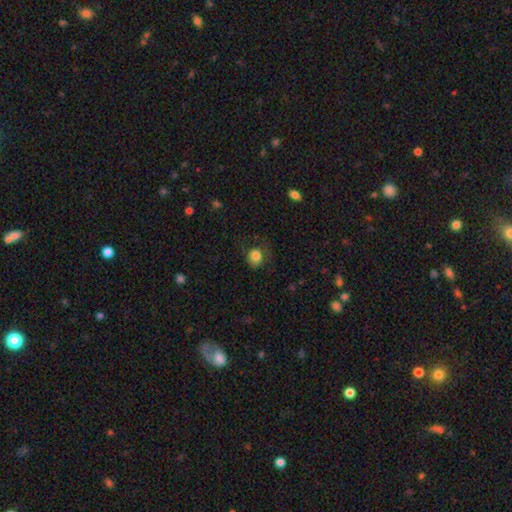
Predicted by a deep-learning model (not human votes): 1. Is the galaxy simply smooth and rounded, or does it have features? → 81% smooth, 10% star or artifact, 9% featured or disk.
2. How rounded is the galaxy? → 59% round, 40% in between, 1% cigar-shaped.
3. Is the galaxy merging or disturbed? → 56% none, 24% minor disturbance, 19% major disturbance, 2% merger.